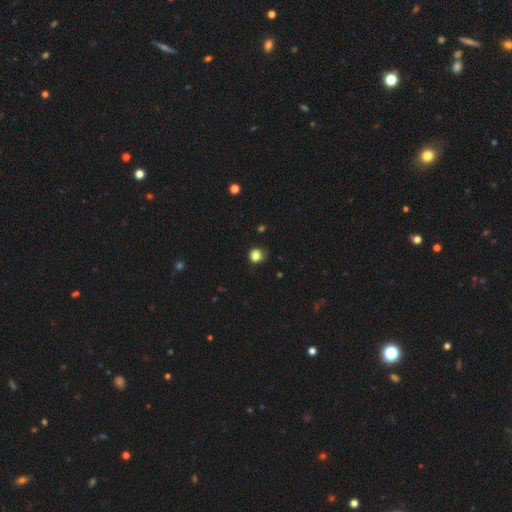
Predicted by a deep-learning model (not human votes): smooth 83%, star or artifact 11%, featured or disk 5%. Down the decision tree: how rounded — round (86%); merging — none (74%).